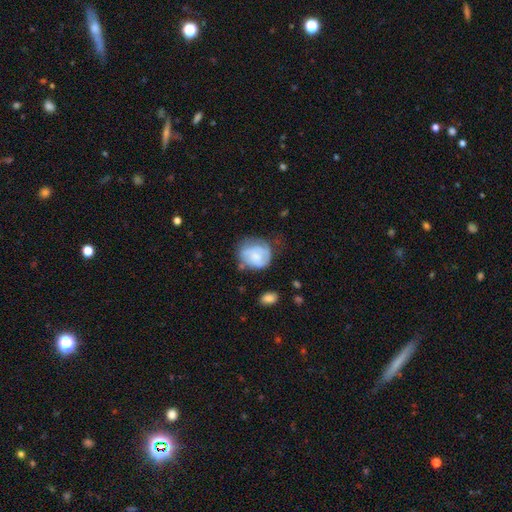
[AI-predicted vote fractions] Overall: smooth (54%; featured or disk 39%). How rounded: round (67%; in between 32%). Merging: none (44%; minor disturbance 33%).